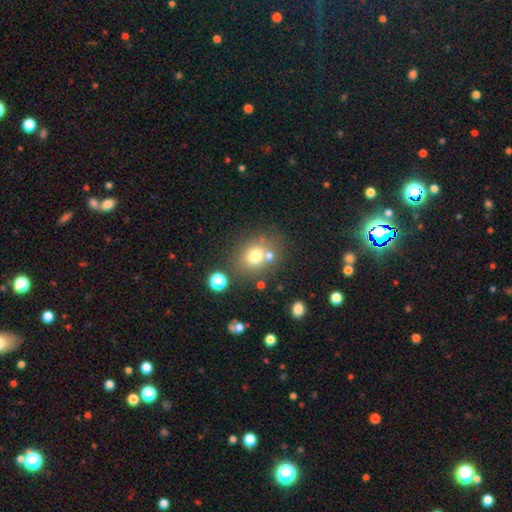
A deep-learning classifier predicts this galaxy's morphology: Smooth or featured? Predicted: smooth (p=0.71). How rounded? Predicted: round (p=0.68). Merging? Predicted: none (p=0.61).